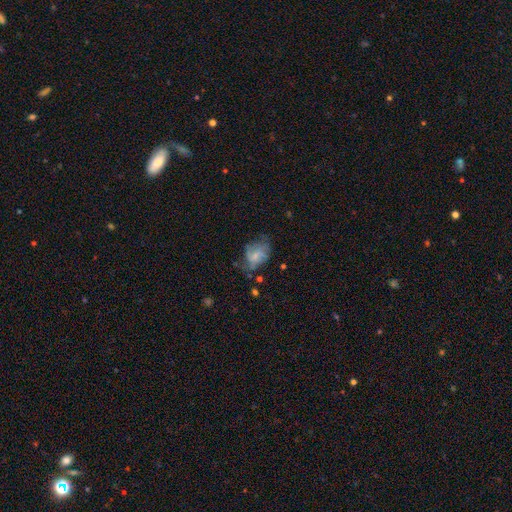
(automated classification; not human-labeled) A featured or disk galaxy (50%). Merging: none (43%).